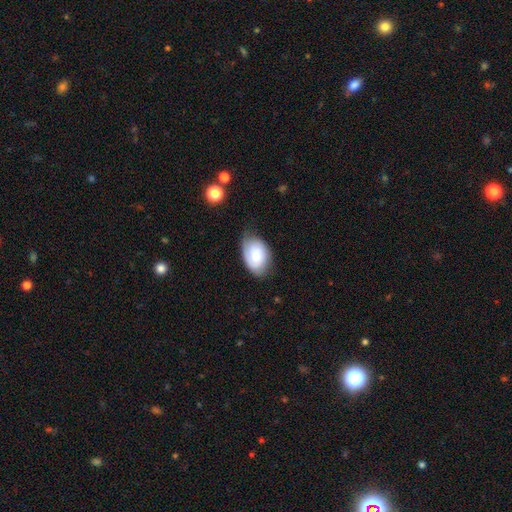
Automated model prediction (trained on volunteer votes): This appears to be a smooth galaxy with no disk features (68%) that is in between round and cigar-shaped (87%). Merging: none (64%).